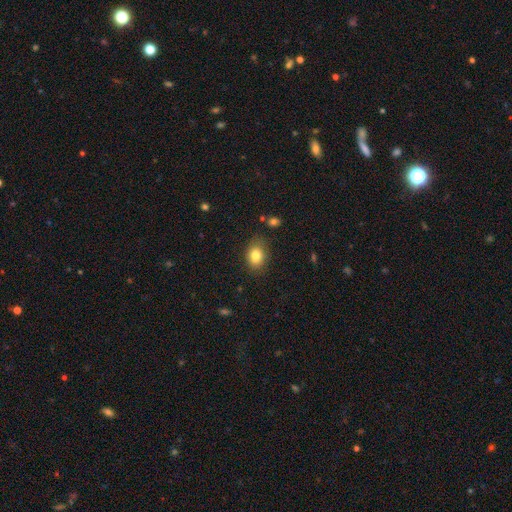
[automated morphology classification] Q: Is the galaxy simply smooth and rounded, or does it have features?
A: smooth — 81%.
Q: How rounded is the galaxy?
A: in between — 67%.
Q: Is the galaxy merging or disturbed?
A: none — 80%.